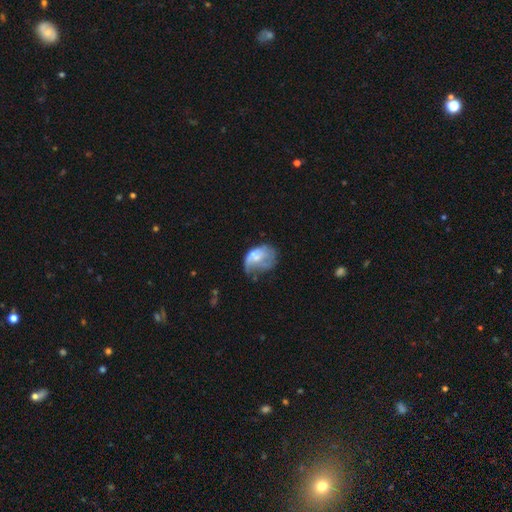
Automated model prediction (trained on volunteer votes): Smooth or featured?
  - featured or disk: 51% *
  - smooth: 40%
  - star or artifact: 9%
Edge-on disk?
  - no: 97% *
  - yes: 3%
Merging?
  - major disturbance: 35% *
  - minor disturbance: 28%
  - none: 27%
  - merger: 10%